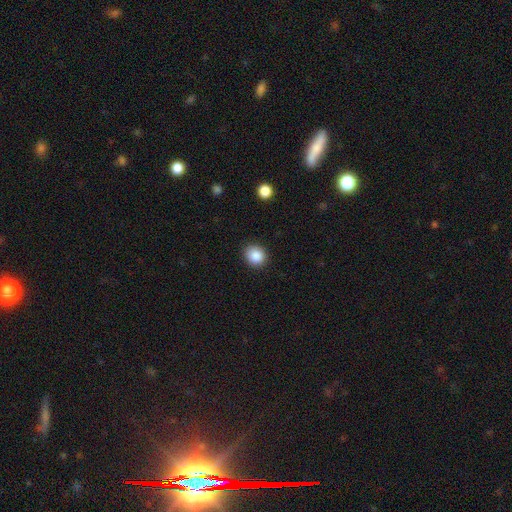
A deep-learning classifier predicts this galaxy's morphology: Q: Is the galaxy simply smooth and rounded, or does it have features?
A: smooth — 87%.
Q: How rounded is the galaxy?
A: round — 79%.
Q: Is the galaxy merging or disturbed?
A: none — 89%.